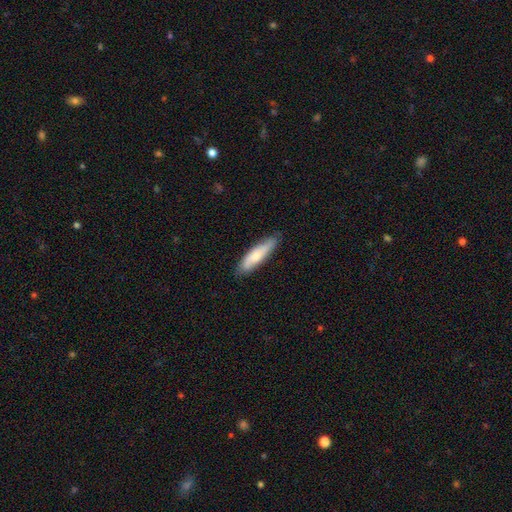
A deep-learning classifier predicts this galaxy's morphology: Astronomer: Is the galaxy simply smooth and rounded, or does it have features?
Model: smooth — 69%.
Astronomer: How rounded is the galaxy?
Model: cigar-shaped — 70%.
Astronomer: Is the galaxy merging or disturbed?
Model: none — 79%.